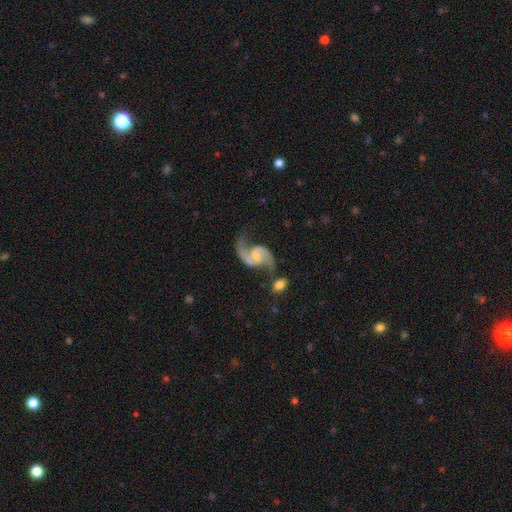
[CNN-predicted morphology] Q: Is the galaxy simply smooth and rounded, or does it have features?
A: featured or disk — 90%.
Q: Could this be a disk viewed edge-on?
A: no — 98%.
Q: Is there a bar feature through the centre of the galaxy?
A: weak — 46%.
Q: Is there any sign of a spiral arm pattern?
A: yes — 97%.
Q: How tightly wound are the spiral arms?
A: loose — 60%.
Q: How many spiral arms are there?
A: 2 — 92%.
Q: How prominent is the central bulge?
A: small — 44%.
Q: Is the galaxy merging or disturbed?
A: none — 56%.